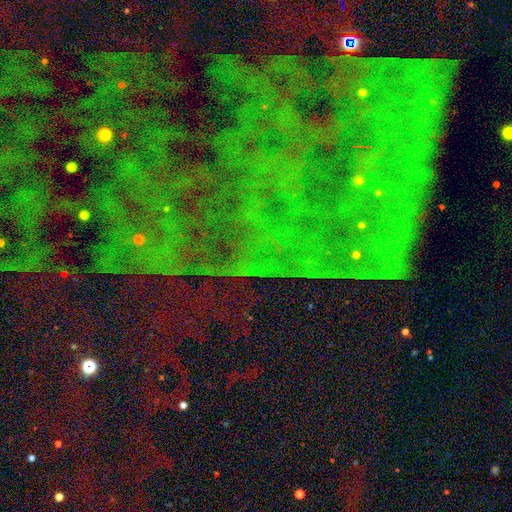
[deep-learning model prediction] Overall: star or artifact (85%).